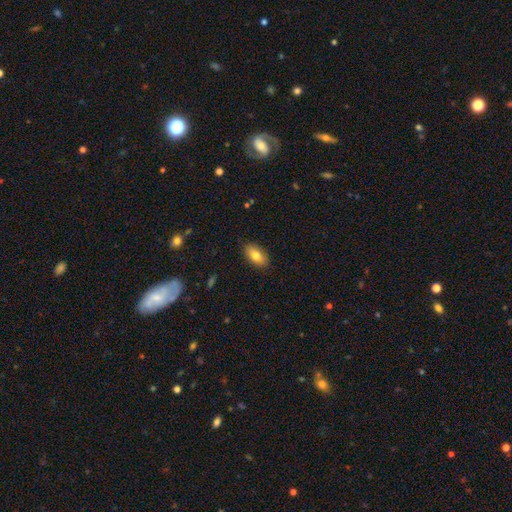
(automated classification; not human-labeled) Smooth or featured? smooth (78%)
How rounded? in between (90%)
Merging? none (87%)